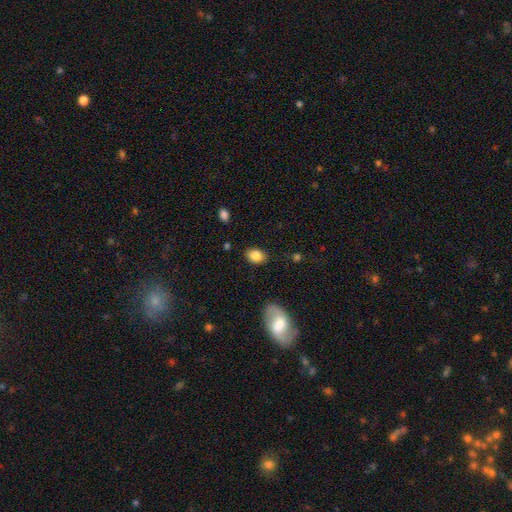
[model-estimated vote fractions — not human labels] smooth_or_featured: smooth (p=0.84) [alt: star or artifact p=0.08]
how_rounded: in between (p=0.72) [alt: round p=0.26]
merging: none (p=0.84) [alt: minor disturbance p=0.12]